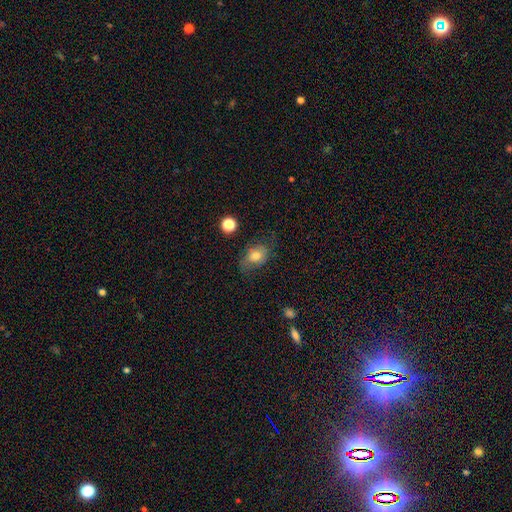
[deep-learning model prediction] Smooth or featured?
  - smooth: 69% *
  - featured or disk: 20%
  - star or artifact: 10%
How rounded?
  - in between: 69% *
  - round: 29%
  - cigar-shaped: 2%
Merging?
  - none: 60% *
  - minor disturbance: 26%
  - major disturbance: 12%
  - merger: 2%